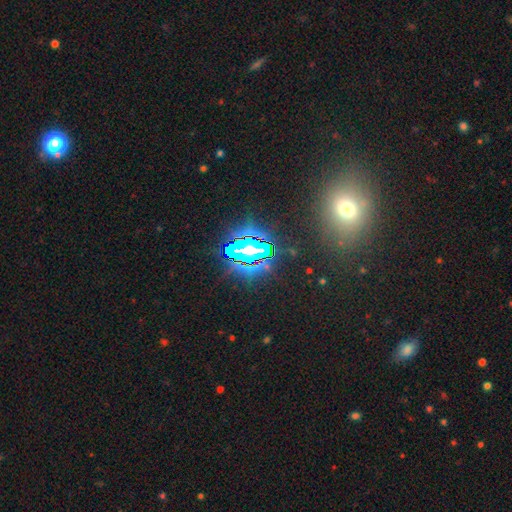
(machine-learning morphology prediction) Smooth or featured: star or artifact — 79% (smooth — 13%)